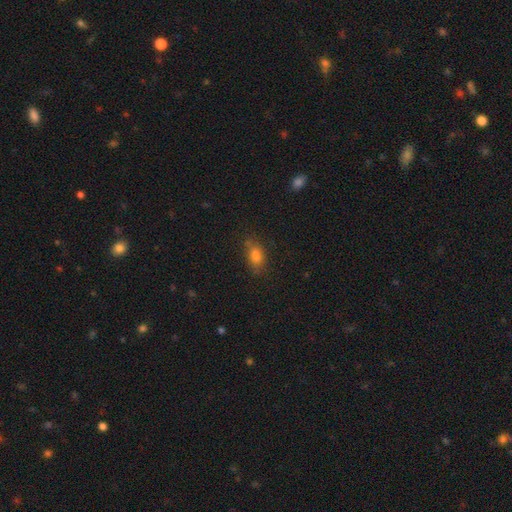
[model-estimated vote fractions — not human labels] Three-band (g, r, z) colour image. It shows a smooth galaxy with no disk features (78%) that is in between round and cigar-shaped (78%). Merging: none (71%).